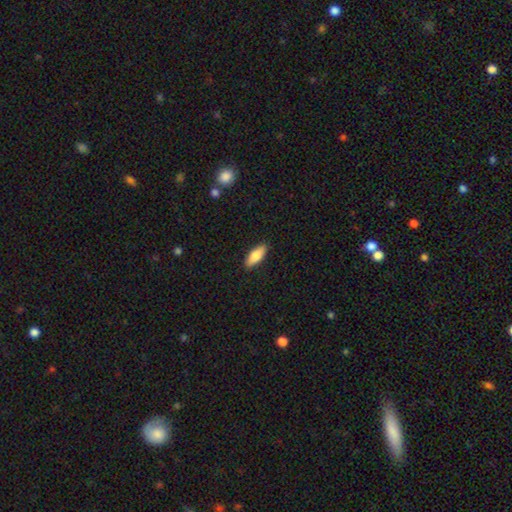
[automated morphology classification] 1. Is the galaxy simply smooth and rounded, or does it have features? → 80% smooth, 14% featured or disk, 6% star or artifact.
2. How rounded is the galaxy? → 73% in between, 24% cigar-shaped, 2% round.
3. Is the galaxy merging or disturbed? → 90% none, 8% minor disturbance, 2% major disturbance, 1% merger.